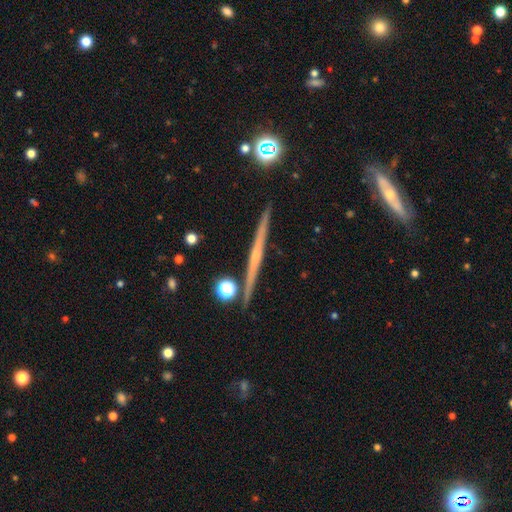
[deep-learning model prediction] Morphology: type=featured or disk (71%); edge-on=yes (98%); edge-on bulge=none (63%); merging=none (90%).